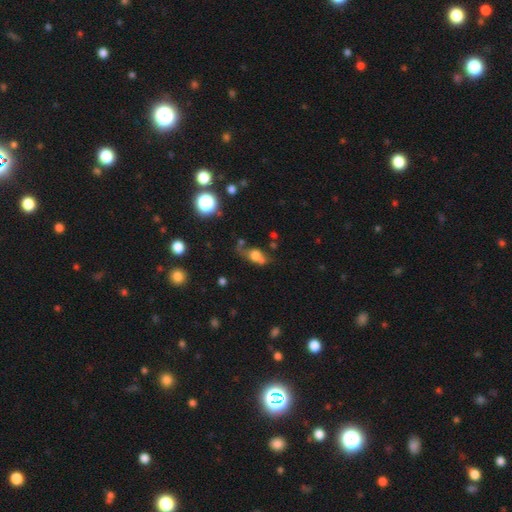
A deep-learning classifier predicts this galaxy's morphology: Smooth or featured: smooth — 60% (featured or disk — 23%)
How rounded: in between — 60% (round — 33%)
Merging: none — 38% (merger — 26%)